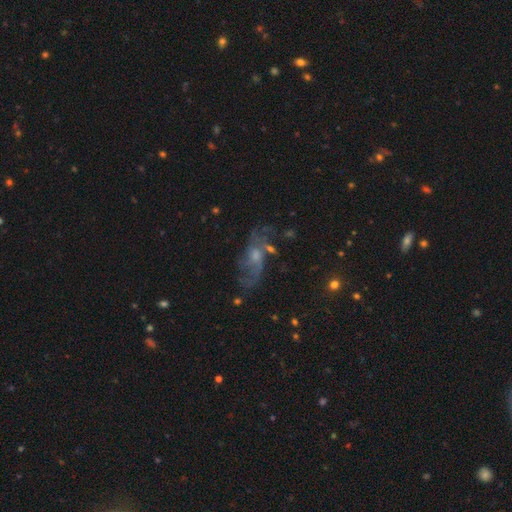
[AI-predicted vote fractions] A featured or disk galaxy (67%) with no bar (62%), spiral arms (80%) and a small central bulge (45%).

Vote fractions:
- Smooth or featured? featured or disk: 67% / smooth: 18% / star or artifact: 15%
- Edge-on disk? no: 90% / yes: 10%
- Bar? no: 62% / weak: 32% / strong: 6%
- Spiral arms? yes: 80% / no: 20%
- Bulge size? small: 45% / moderate: 41% / none: 8% / large: 4% / dominant: 1%
- Merging? none: 57% / minor disturbance: 19% / major disturbance: 17% / merger: 6%